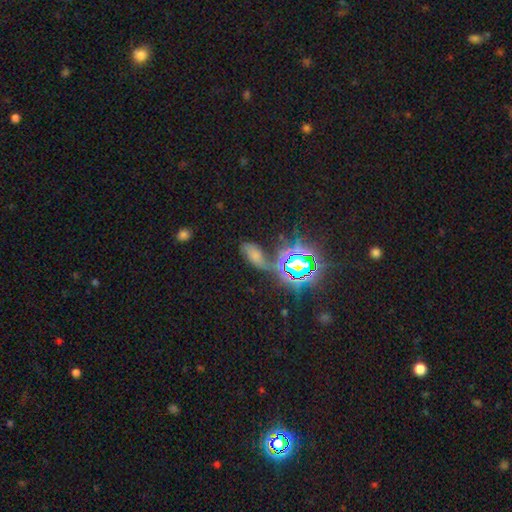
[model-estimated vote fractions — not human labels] smooth 41%, star or artifact 38%, featured or disk 22%. Down the decision tree: merging — none (44%).